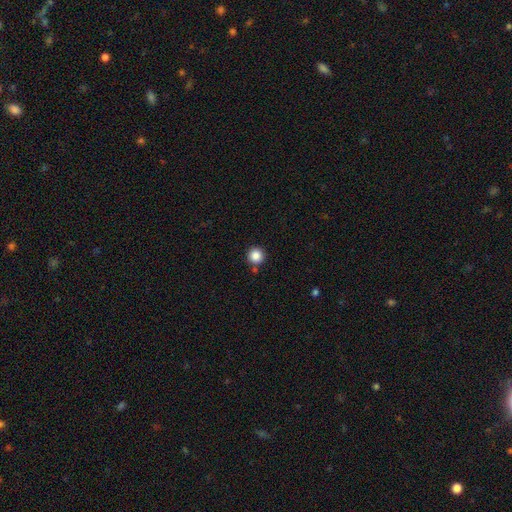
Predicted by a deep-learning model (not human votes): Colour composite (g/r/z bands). It shows a smooth galaxy with no disk features (86%) that is round (96%). Merging: none (86%).